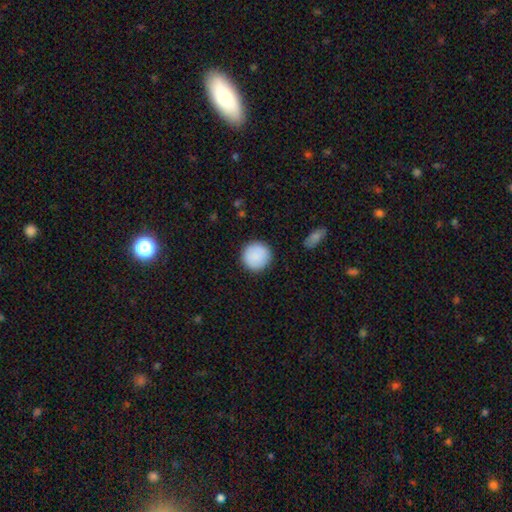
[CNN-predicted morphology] Smooth or featured: smooth — 88% (star or artifact — 7%)
How rounded: round — 96% (in between — 3%)
Merging: none — 91% (minor disturbance — 6%)